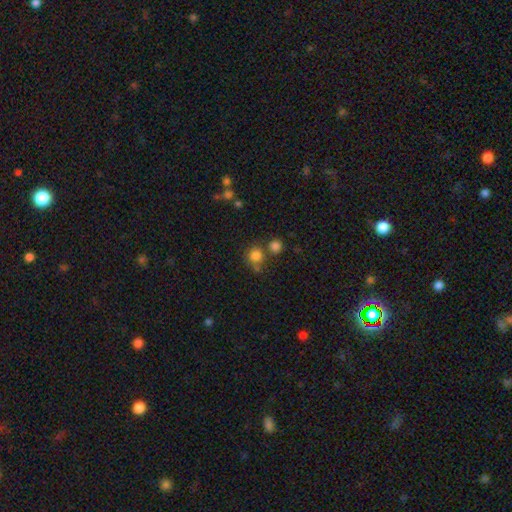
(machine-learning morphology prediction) Smooth or featured: smooth — 81% (star or artifact — 13%)
How rounded: round — 89% (in between — 10%)
Merging: none — 65% (merger — 21%)